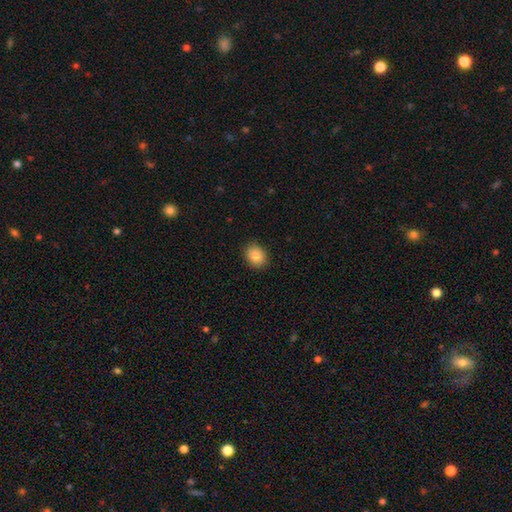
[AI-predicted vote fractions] Overall: smooth (87%). How rounded: round (50%; in between 49%). Merging: none (89%).